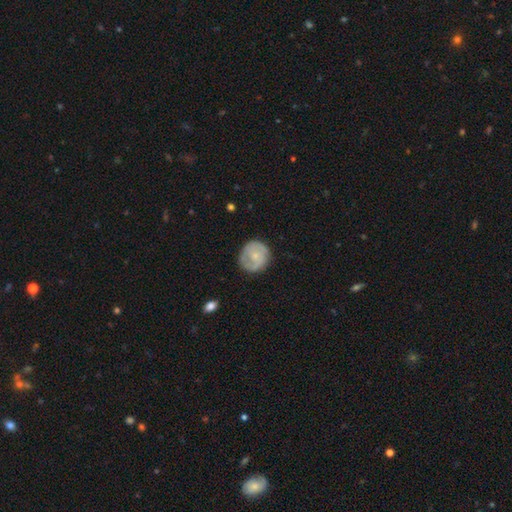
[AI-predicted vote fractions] Overall: smooth (50%; featured or disk 45%). Merging: none (73%).